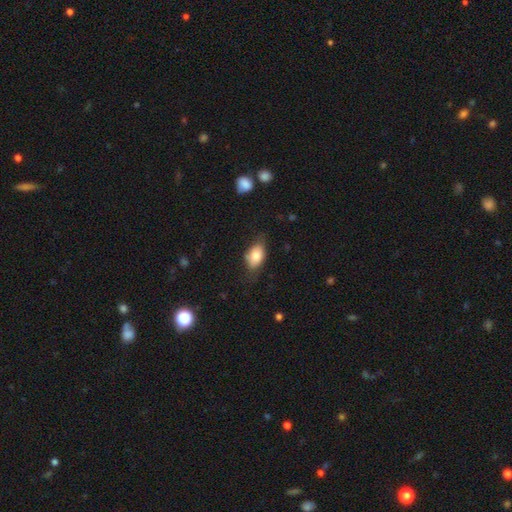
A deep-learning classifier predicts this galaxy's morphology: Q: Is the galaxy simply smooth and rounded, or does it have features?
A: smooth — 78%.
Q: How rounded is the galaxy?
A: in between — 88%.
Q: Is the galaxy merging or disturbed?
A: none — 67%.